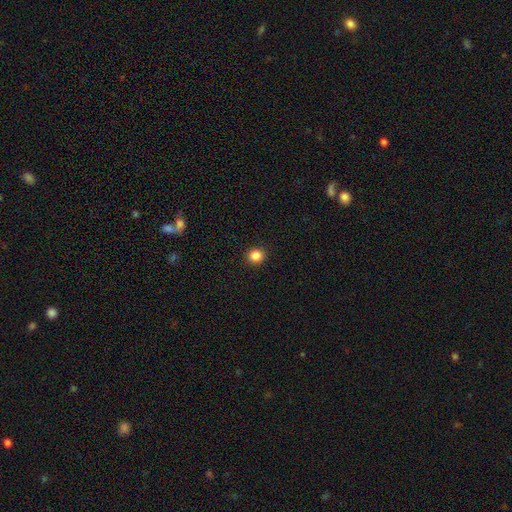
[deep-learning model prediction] This is clearly a smooth galaxy (86%). How rounded: clearly round (89%). Merging: clearly none (93%).